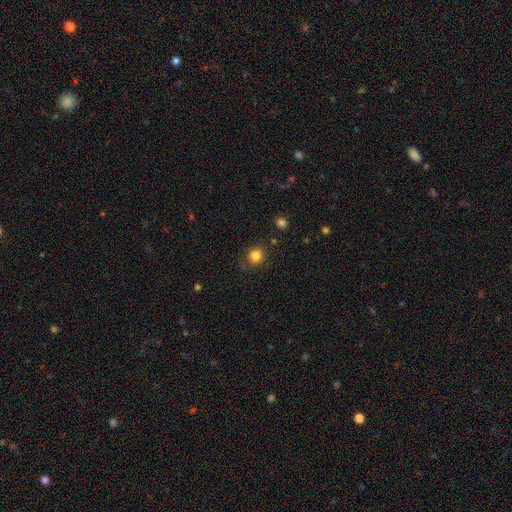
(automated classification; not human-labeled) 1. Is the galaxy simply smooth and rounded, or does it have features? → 82% smooth, 12% star or artifact, 5% featured or disk.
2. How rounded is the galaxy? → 87% round, 12% in between, 1% cigar-shaped.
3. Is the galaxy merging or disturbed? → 79% none, 14% minor disturbance, 5% major disturbance, 2% merger.